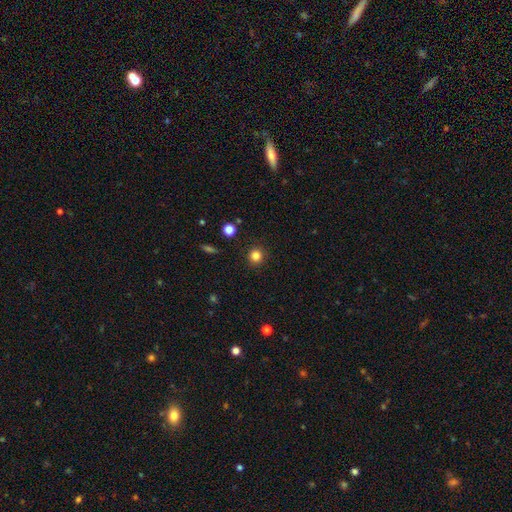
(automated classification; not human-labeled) Smooth or featured: smooth — 83% (star or artifact — 13%)
How rounded: round — 94% (in between — 5%)
Merging: none — 91% (minor disturbance — 5%)